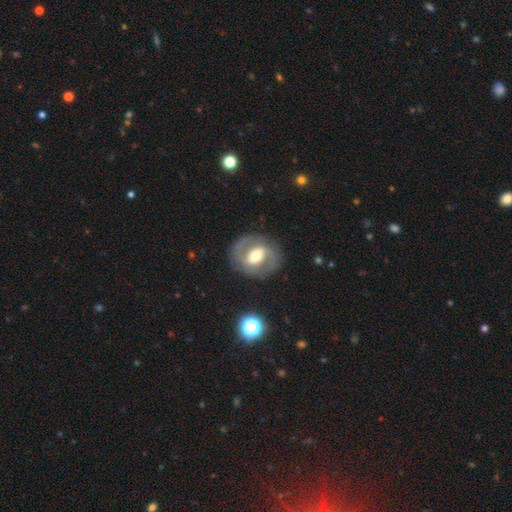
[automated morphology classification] Smooth or featured? Predicted: featured or disk (p=0.68). Edge-on disk? Predicted: no (p=0.96). Bar? Predicted: weak (p=0.40). Spiral arms? Predicted: yes (p=0.67). Bulge size? Predicted: moderate (p=0.62). Merging? Predicted: none (p=0.80).